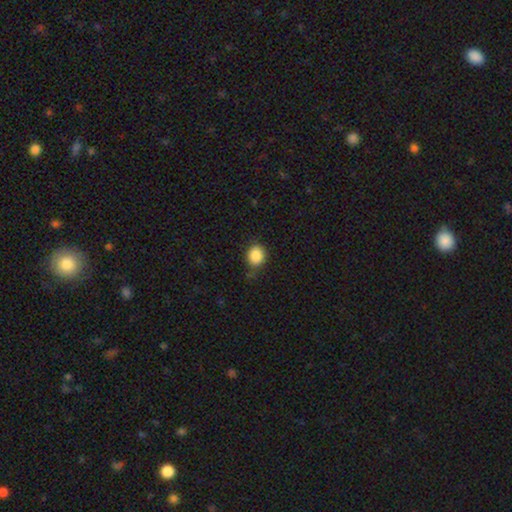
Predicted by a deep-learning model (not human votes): Smooth or featured?
  - smooth: 87% *
  - star or artifact: 9%
  - featured or disk: 4%
How rounded?
  - round: 72% *
  - in between: 28%
  - cigar-shaped: 1%
Merging?
  - none: 70% *
  - minor disturbance: 23%
  - major disturbance: 5%
  - merger: 2%